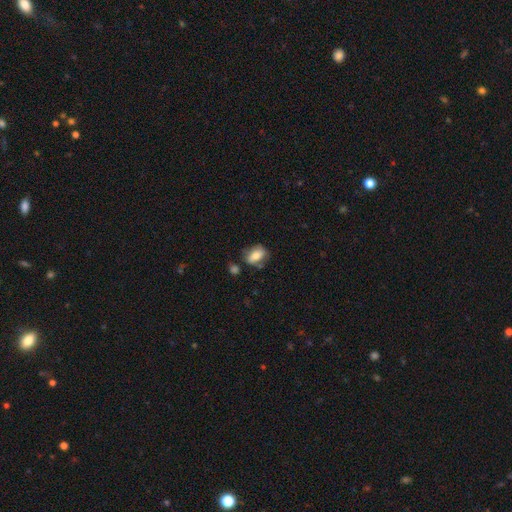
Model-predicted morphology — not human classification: This is likely a smooth galaxy (70%). How rounded: clearly in between (82%). Merging: likely none (63%).